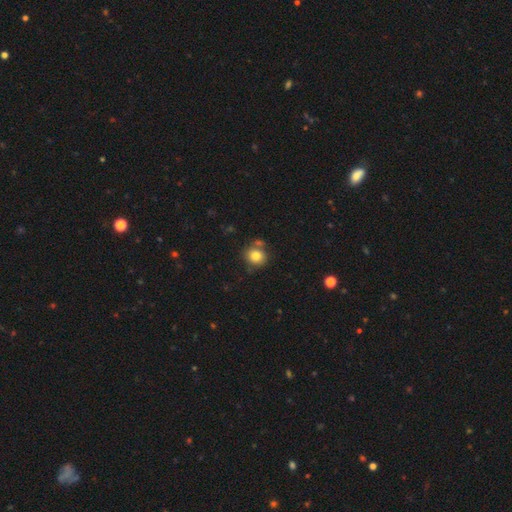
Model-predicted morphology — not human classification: This appears to be a smooth galaxy with no disk features (81%) that is round (82%). Merging: none (70%).